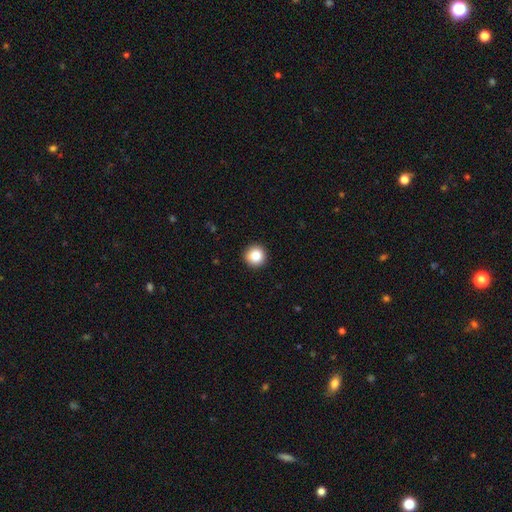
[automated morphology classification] type=smooth (87%); roundness=round (95%); merging=none (92%).